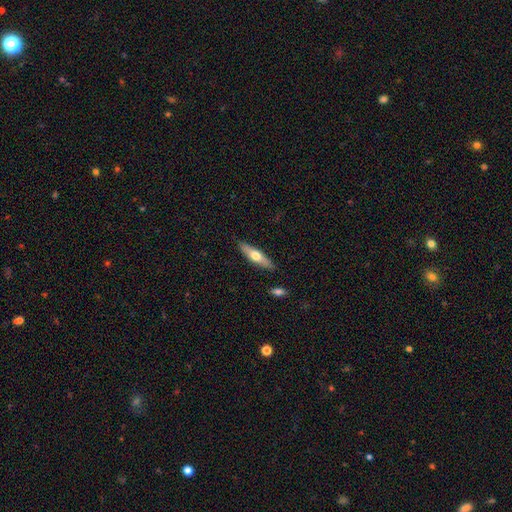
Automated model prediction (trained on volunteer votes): smooth-or-featured: smooth: 51% | featured or disk: 44% | star or artifact: 6%
  how-rounded: cigar-shaped: 69% | in between: 29% | round: 2%
  merging: none: 87% | minor disturbance: 9% | merger: 2% | major disturbance: 2%